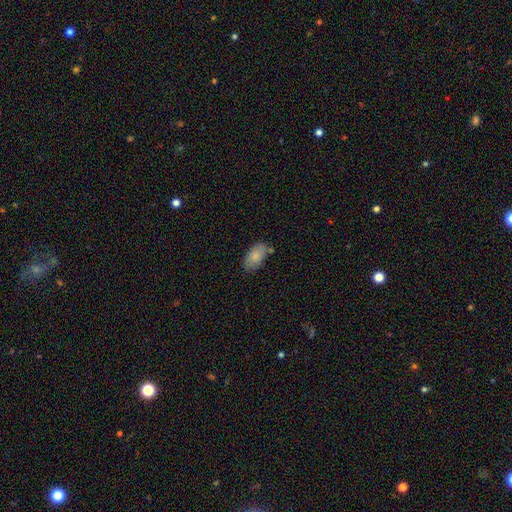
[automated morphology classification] type=smooth (85%); roundness=in between (93%); merging=none (69%).